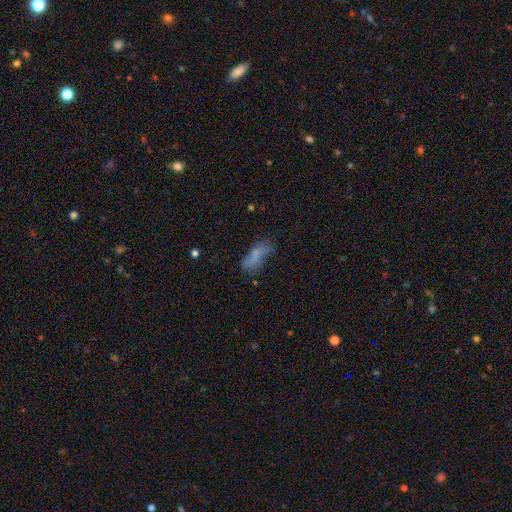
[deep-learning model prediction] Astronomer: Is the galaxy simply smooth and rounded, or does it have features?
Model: smooth — 69%.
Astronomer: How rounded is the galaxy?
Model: in between — 68%.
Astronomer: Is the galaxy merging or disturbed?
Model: none — 46% (runner-up: minor disturbance, 29%).